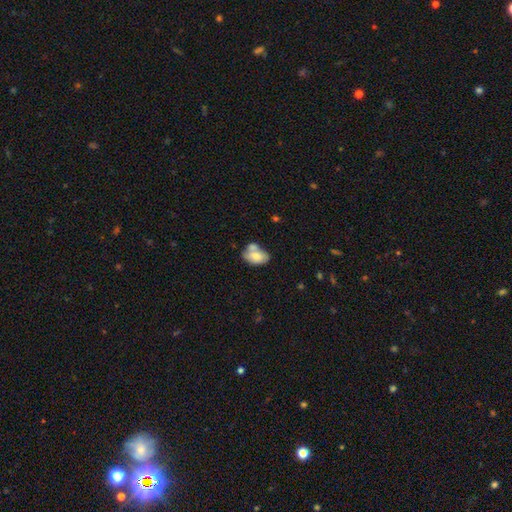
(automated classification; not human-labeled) Smooth or featured? smooth (71%)
How rounded? in between (86%)
Merging? merger (37%)